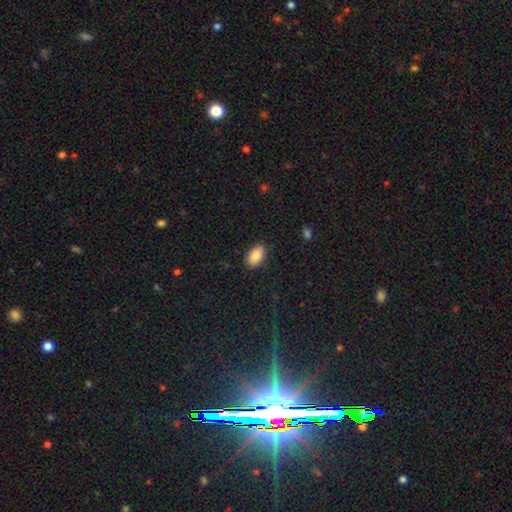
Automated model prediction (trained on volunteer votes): Morphology: type=smooth (88%); roundness=in between (94%); merging=none (88%).